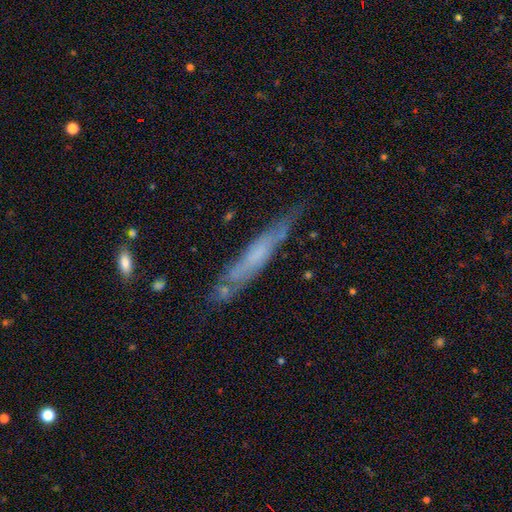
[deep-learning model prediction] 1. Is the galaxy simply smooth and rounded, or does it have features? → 55% featured or disk, 36% smooth, 9% star or artifact.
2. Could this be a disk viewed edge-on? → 78% yes, 22% no.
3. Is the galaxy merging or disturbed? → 67% none, 23% minor disturbance, 6% major disturbance, 4% merger.